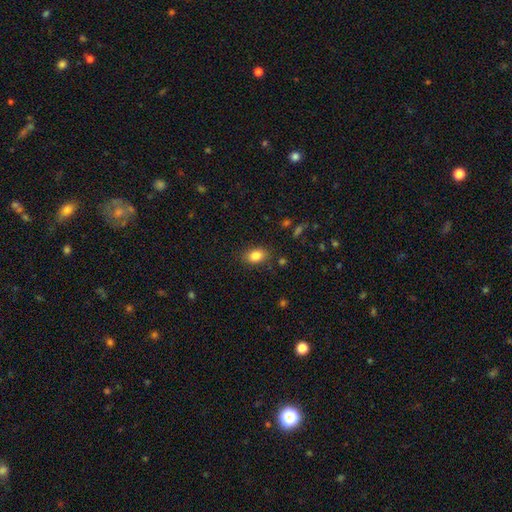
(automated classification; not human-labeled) Smooth or featured?
  - smooth: 84% *
  - star or artifact: 9%
  - featured or disk: 7%
How rounded?
  - in between: 79% *
  - round: 20%
  - cigar-shaped: 1%
Merging?
  - none: 85% *
  - minor disturbance: 11%
  - major disturbance: 3%
  - merger: 2%